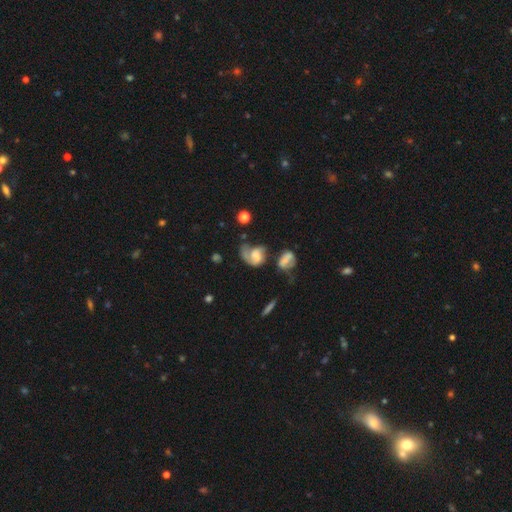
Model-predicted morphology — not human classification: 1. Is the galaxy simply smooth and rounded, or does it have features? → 62% featured or disk, 29% smooth, 9% star or artifact.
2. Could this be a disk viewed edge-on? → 97% no, 3% yes.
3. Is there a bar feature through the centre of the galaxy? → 59% no, 33% weak, 8% strong.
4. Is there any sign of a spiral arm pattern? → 84% yes, 16% no.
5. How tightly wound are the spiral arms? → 39% medium, 36% loose, 25% tight.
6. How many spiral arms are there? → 51% 1, 37% 2, 9% can't tell, 2% 3, 1% 4, 1% more than 4.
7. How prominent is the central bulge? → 39% moderate, 21% small, 20% large, 16% none, 3% dominant.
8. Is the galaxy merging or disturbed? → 36% major disturbance, 29% none, 21% minor disturbance, 14% merger.